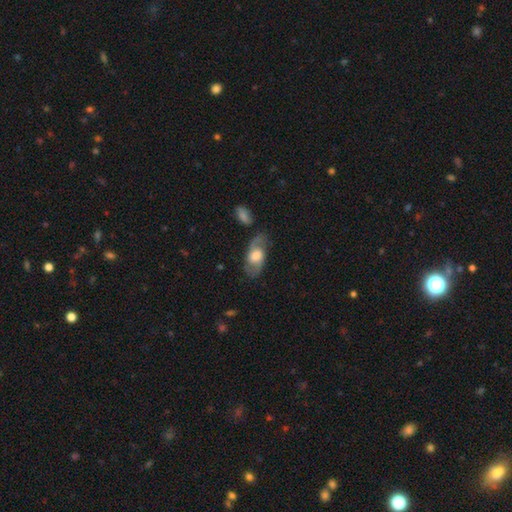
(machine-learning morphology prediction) smooth-or-featured: featured or disk: 62% | smooth: 32% | star or artifact: 6%
  disk-edge-on: no: 91% | yes: 9%
    bar: no: 50% | weak: 39% | strong: 10%
    has-spiral-arms: yes: 82% | no: 18%
    bulge-size: large: 43% | moderate: 40% | small: 10% | dominant: 4% | none: 4%
  merging: none: 73% | minor disturbance: 17% | major disturbance: 7% | merger: 3%